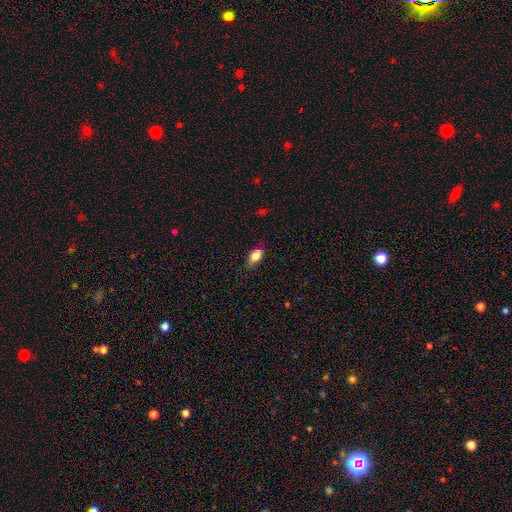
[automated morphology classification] A smooth galaxy with no disk features (81%) that is in between round and cigar-shaped (85%). Merging: none (78%).